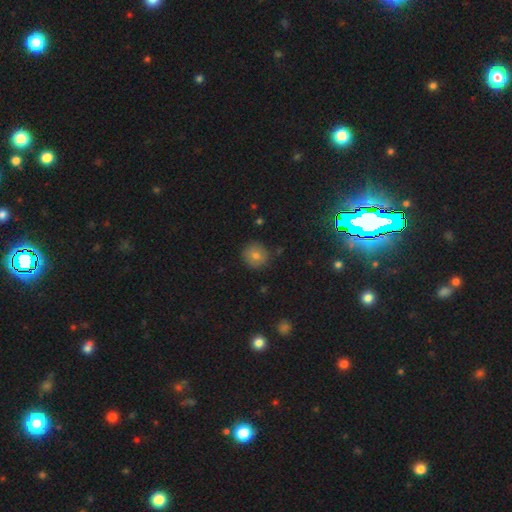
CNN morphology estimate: smooth-or-featured: smooth: 75% | star or artifact: 12% | featured or disk: 12%
  how-rounded: round: 92% | in between: 7% | cigar-shaped: 1%
  merging: none: 85% | minor disturbance: 11% | major disturbance: 2% | merger: 2%